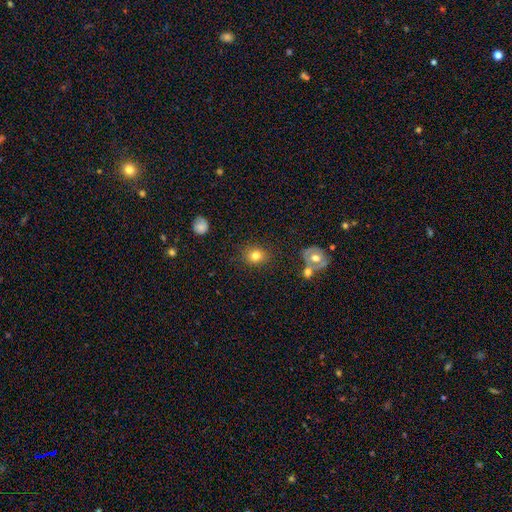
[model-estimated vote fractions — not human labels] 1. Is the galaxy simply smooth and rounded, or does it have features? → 80% smooth, 11% star or artifact, 9% featured or disk.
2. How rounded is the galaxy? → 71% round, 28% in between, 1% cigar-shaped.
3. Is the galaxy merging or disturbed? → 83% none, 10% minor disturbance, 4% merger, 3% major disturbance.